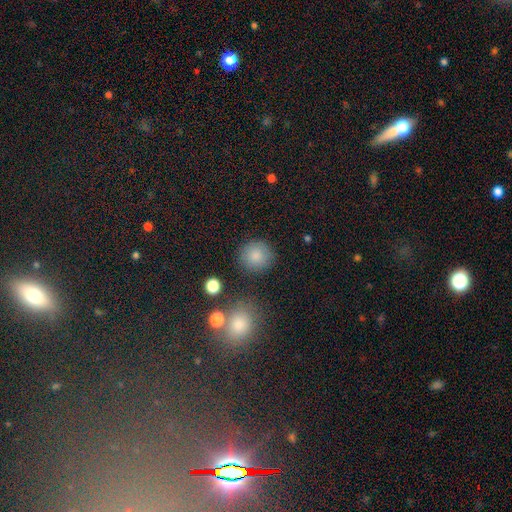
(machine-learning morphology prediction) smooth_or_featured: smooth (p=0.84) [alt: star or artifact p=0.09]
how_rounded: round (p=0.92) [alt: in between p=0.07]
merging: none (p=0.87) [alt: minor disturbance p=0.08]